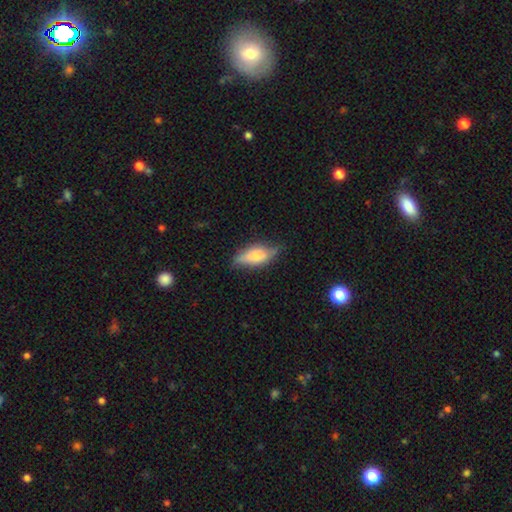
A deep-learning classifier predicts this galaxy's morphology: smooth_or_featured: smooth (p=0.59) [alt: featured or disk p=0.34]
how_rounded: in between (p=0.72) [alt: cigar-shaped p=0.25]
merging: none (p=0.69) [alt: minor disturbance p=0.24]